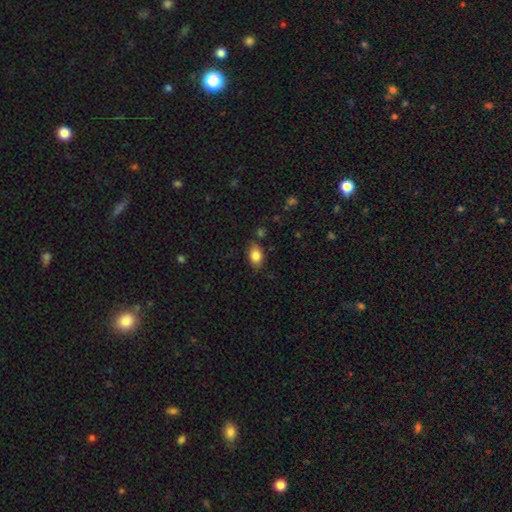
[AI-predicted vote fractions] Q: Smooth or featured?
A: smooth (85%); runner-up: star or artifact (8%)
Q: How rounded?
A: in between (84%); runner-up: round (14%)
Q: Merging?
A: none (79%); runner-up: minor disturbance (15%)